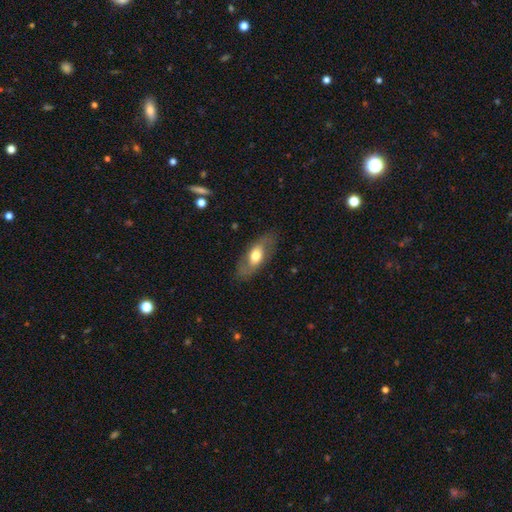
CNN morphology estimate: The model was most divided on "smooth or featured": smooth: 50%, featured or disk: 44%, star or artifact: 6%. More confident: merging — none (77%).